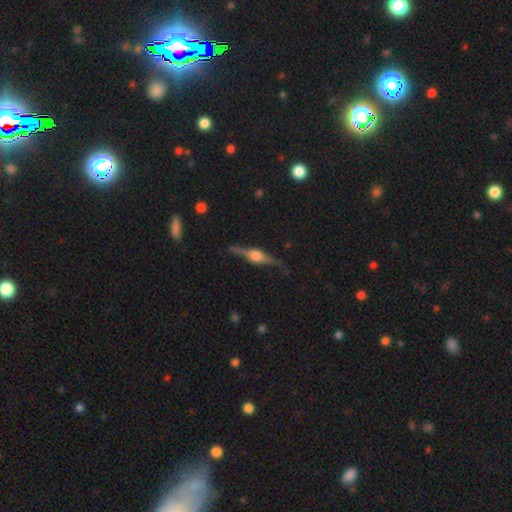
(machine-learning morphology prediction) A featured or disk galaxy (85%) viewed edge-on (98%) with a rounded central bulge (90%).

Vote fractions:
- Smooth or featured? featured or disk: 85% / smooth: 9% / star or artifact: 6%
- Edge-on disk? yes: 98% / no: 2%
- Edge-on bulge? rounded: 90% / boxy: 8% / none: 2%
- Merging? none: 87% / minor disturbance: 10% / major disturbance: 2% / merger: 1%